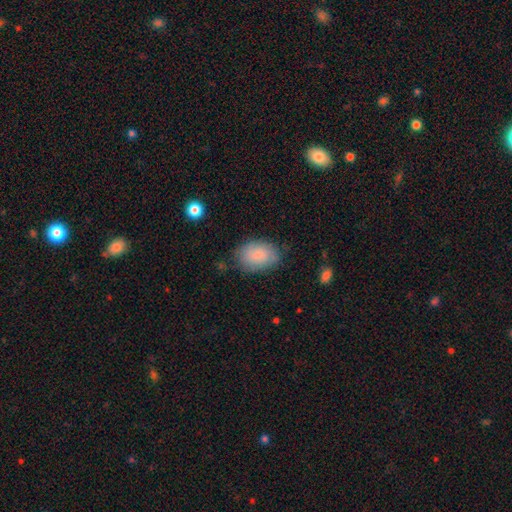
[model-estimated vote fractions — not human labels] smooth-or-featured: smooth: 83% | featured or disk: 10% | star or artifact: 7%
  how-rounded: in between: 85% | round: 14% | cigar-shaped: 1%
  merging: none: 76% | minor disturbance: 18% | major disturbance: 5% | merger: 2%